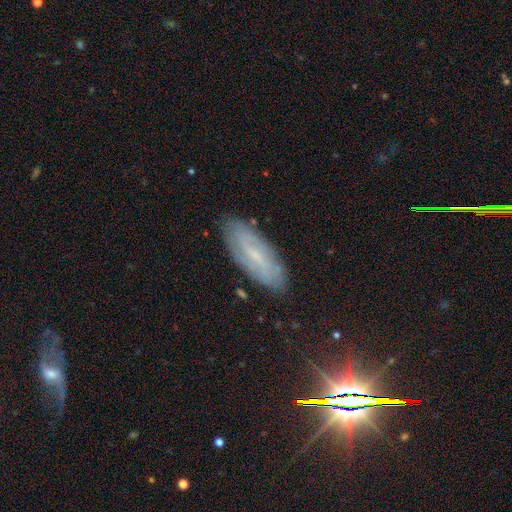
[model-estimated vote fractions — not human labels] A featured or disk galaxy (60%) with a weak bar (49%), spiral arms (81%) and a small central bulge (69%). Merging: none (82%).